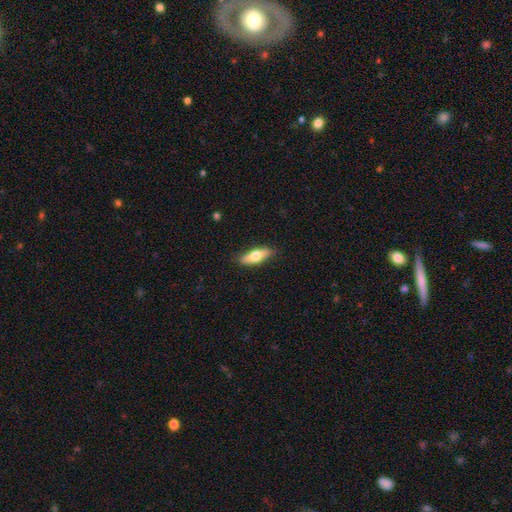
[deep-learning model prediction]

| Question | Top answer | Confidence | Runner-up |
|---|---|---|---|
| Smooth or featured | smooth | 62% | featured or disk (32%) |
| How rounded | in between | 53% | cigar-shaped (45%) |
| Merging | none | 86% | minor disturbance (11%) |